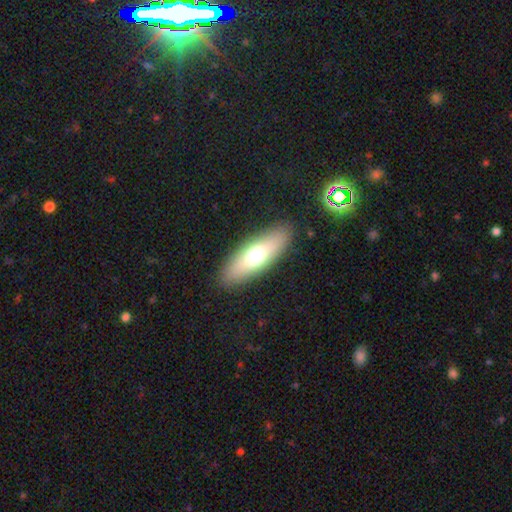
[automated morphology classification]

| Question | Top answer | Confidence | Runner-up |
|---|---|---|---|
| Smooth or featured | smooth | 65% | featured or disk (28%) |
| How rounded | in between | 58% | cigar-shaped (39%) |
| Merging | none | 88% | minor disturbance (8%) |